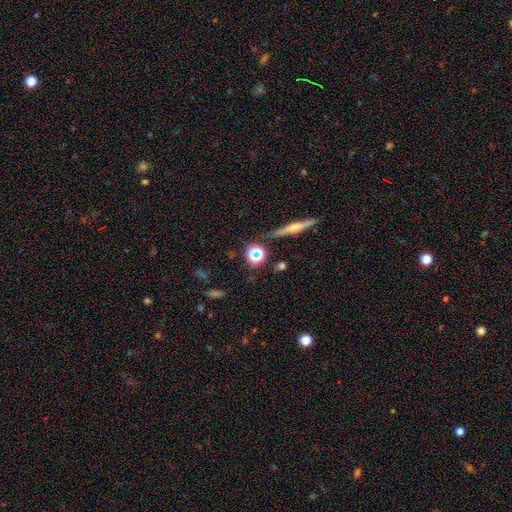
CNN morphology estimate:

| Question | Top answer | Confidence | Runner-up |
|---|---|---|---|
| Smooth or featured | smooth | 43% | star or artifact (38%) |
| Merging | none | 81% | minor disturbance (10%) |